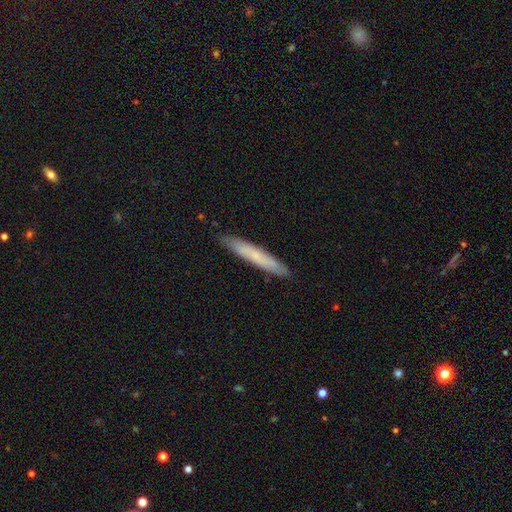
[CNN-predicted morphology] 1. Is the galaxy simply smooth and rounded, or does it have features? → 62% smooth, 32% featured or disk, 7% star or artifact.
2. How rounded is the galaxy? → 94% cigar-shaped, 4% in between, 1% round.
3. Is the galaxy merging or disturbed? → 89% none, 9% minor disturbance, 1% major disturbance, 1% merger.